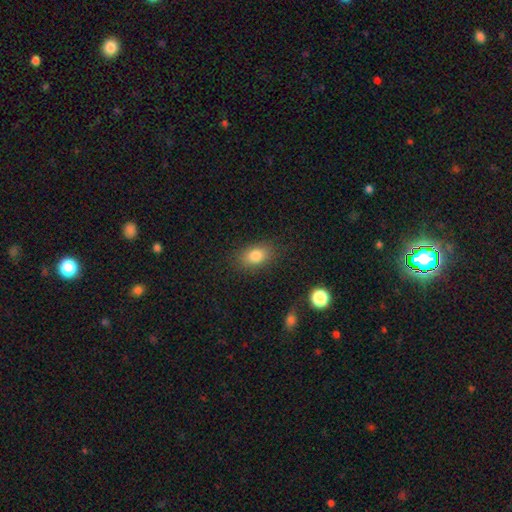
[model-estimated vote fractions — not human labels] This appears to be a smooth galaxy with no disk features (83%) that is in between round and cigar-shaped (80%). Merging: none (84%).